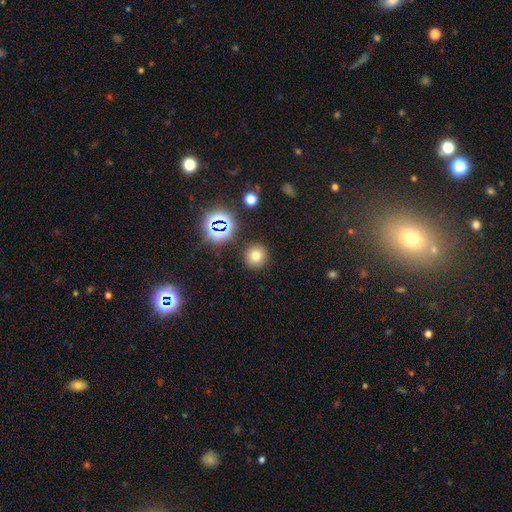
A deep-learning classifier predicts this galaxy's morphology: The model was most divided on "smooth or featured": smooth: 70%, star or artifact: 21%, featured or disk: 9%. More confident: how rounded — round (93%); merging — none (89%).